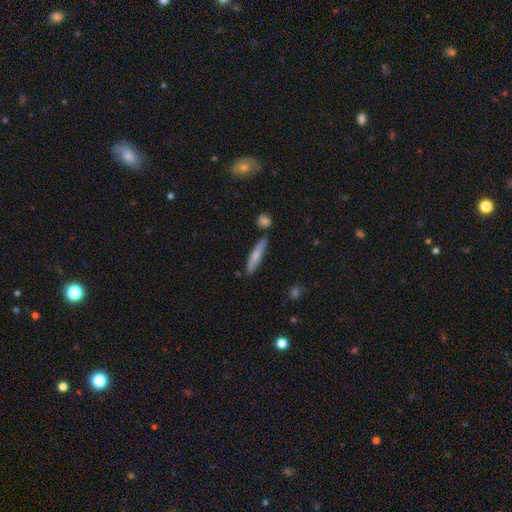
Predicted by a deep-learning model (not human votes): The model was most divided on "smooth or featured": smooth: 70%, featured or disk: 24%, star or artifact: 6%. More confident: how rounded — cigar-shaped (89%); merging — none (80%).